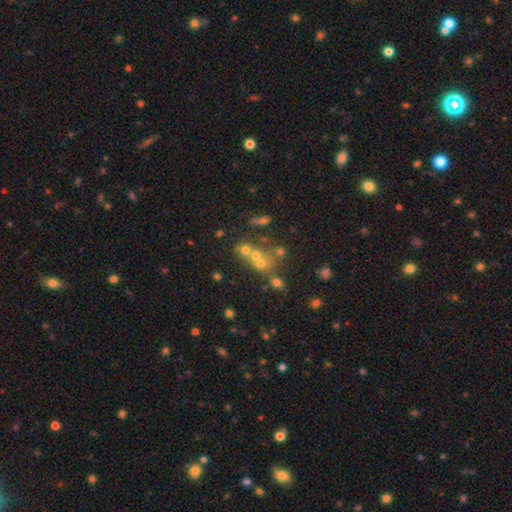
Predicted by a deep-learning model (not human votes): This appears to be a smooth galaxy with no disk features (38%). Merging: none (43%).